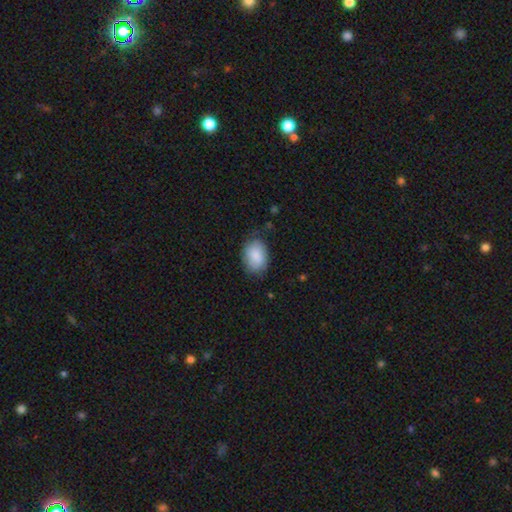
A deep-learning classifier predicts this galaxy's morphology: Smooth or featured? smooth (86%)
How rounded? in between (81%)
Merging? none (72%)